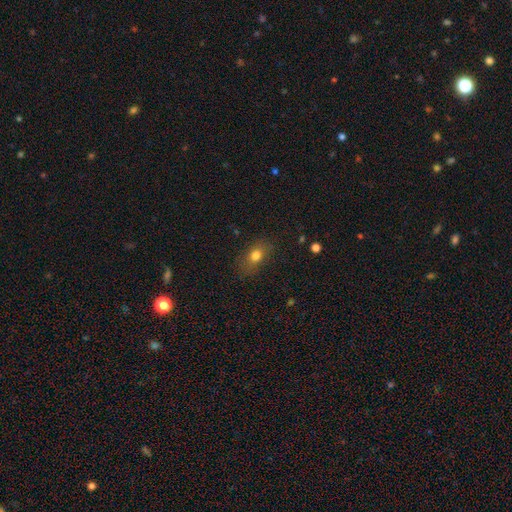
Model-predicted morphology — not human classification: Smooth or featured?
  - smooth: 76% *
  - featured or disk: 12%
  - star or artifact: 12%
How rounded?
  - in between: 73% *
  - round: 22%
  - cigar-shaped: 4%
Merging?
  - none: 77% *
  - minor disturbance: 16%
  - major disturbance: 6%
  - merger: 1%